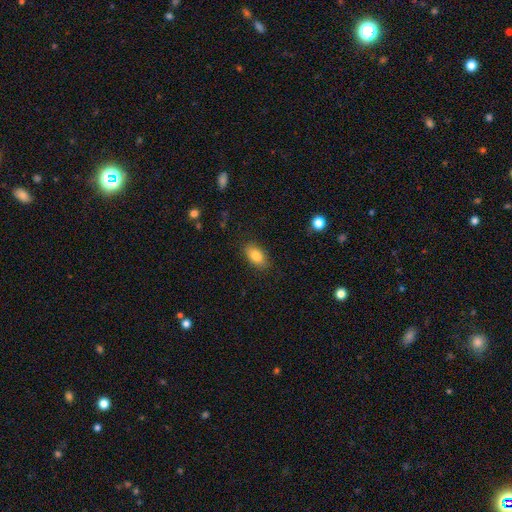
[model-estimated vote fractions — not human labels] A smooth galaxy with no disk features (84%) that is in between round and cigar-shaped (91%). Merging: none (85%).